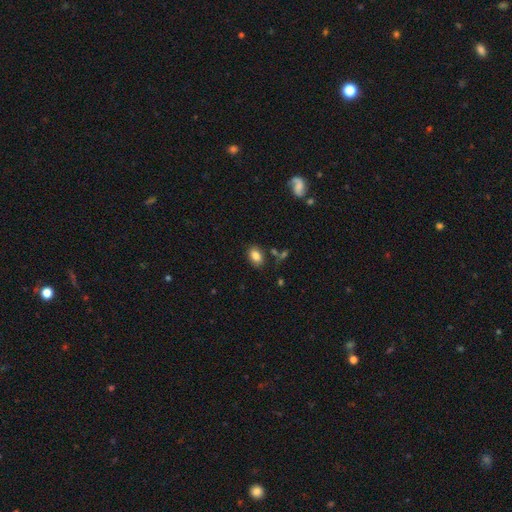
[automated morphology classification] Smooth or featured? Predicted: smooth (p=0.84). How rounded? Predicted: in between (p=0.83). Merging? Predicted: none (p=0.80).